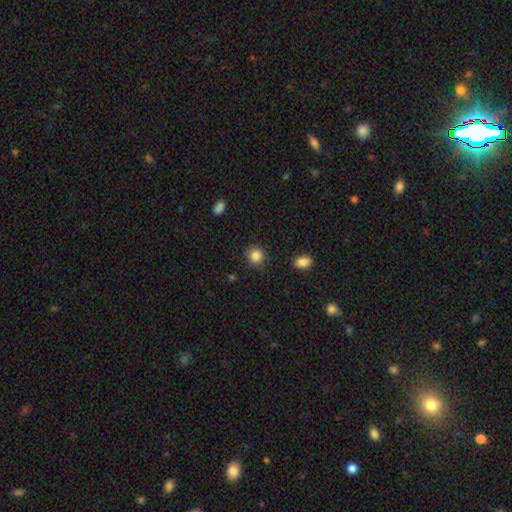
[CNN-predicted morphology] type=smooth (86%); roundness=round (89%); merging=none (90%).